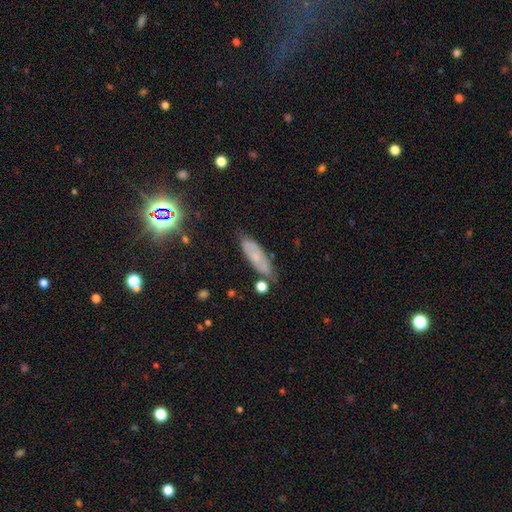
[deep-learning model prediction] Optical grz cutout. It shows a smooth galaxy with no disk features (55%) that is in between round and cigar-shaped (51%). Merging: none (73%).